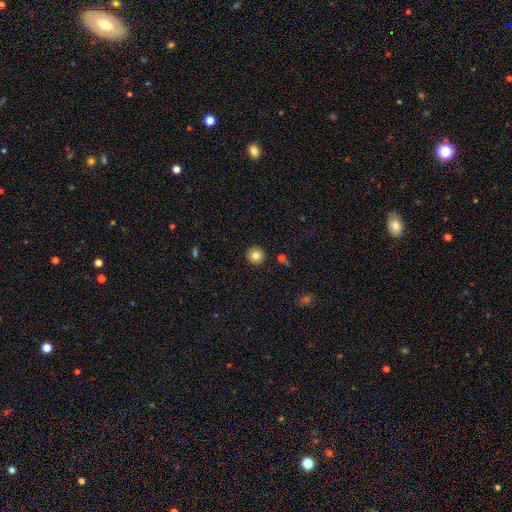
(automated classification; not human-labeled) smooth 82%, star or artifact 10%, featured or disk 8%. Down the decision tree: how rounded — round (95%); merging — none (92%).